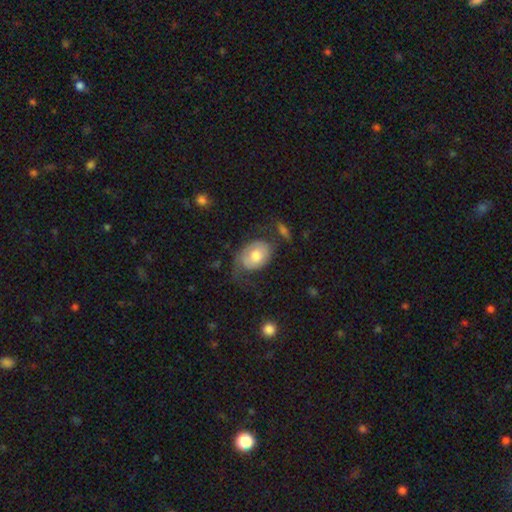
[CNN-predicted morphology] Smooth or featured: featured or disk — 47% (smooth — 46%)
Merging: none — 38% (major disturbance — 32%)